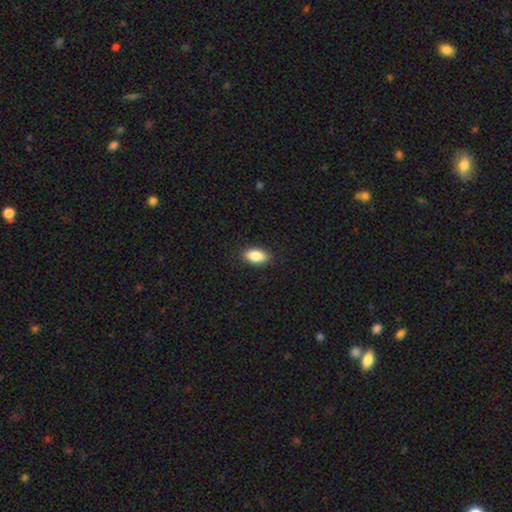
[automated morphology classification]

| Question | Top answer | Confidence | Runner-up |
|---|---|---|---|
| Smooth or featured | smooth | 87% | star or artifact (7%) |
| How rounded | in between | 91% | round (5%) |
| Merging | none | 88% | minor disturbance (9%) |